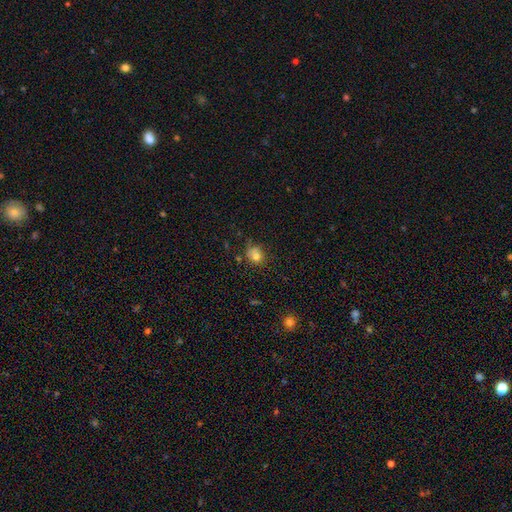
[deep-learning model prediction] Smooth or featured? Predicted: smooth (p=0.77). How rounded? Predicted: round (p=0.71). Merging? Predicted: none (p=0.60).